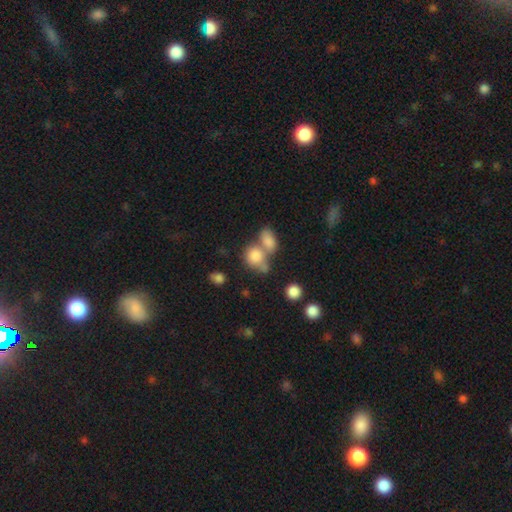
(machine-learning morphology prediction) Smooth or featured? Predicted: smooth (p=0.80). How rounded? Predicted: round (p=0.50). Merging? Predicted: merger (p=0.57).